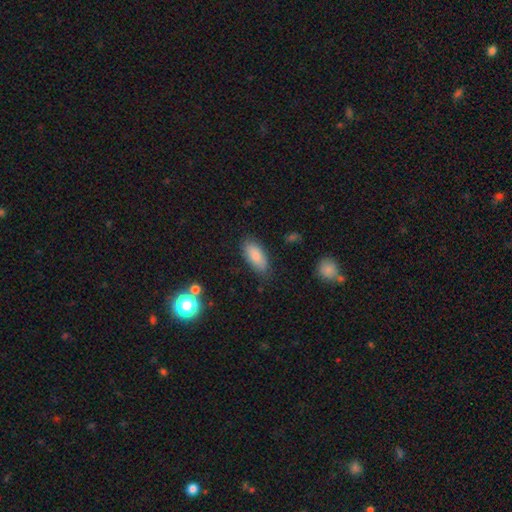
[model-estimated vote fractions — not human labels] Q: Smooth or featured?
A: smooth (85%); runner-up: featured or disk (8%)
Q: How rounded?
A: in between (87%); runner-up: cigar-shaped (11%)
Q: Merging?
A: none (79%); runner-up: minor disturbance (15%)